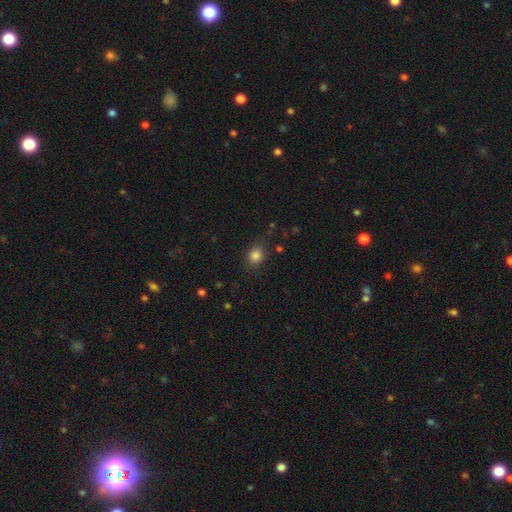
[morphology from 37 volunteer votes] Smooth or featured?
  - smooth: 89% *
  - featured or disk: 5%
  - star or artifact: 5%
How rounded?
  - round: 82% *
  - in between: 18%
  - cigar-shaped: 0%
Merging?
  - none: 74% *
  - minor disturbance: 17%
  - major disturbance: 9%
  - merger: 0%